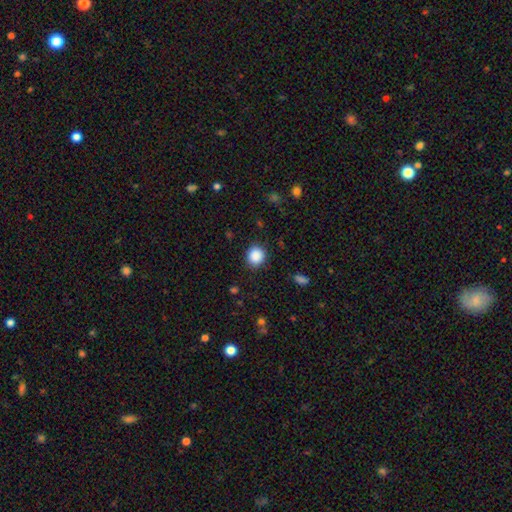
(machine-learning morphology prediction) smooth 88%, star or artifact 9%, featured or disk 3%. Down the decision tree: how rounded — round (89%); merging — none (88%).